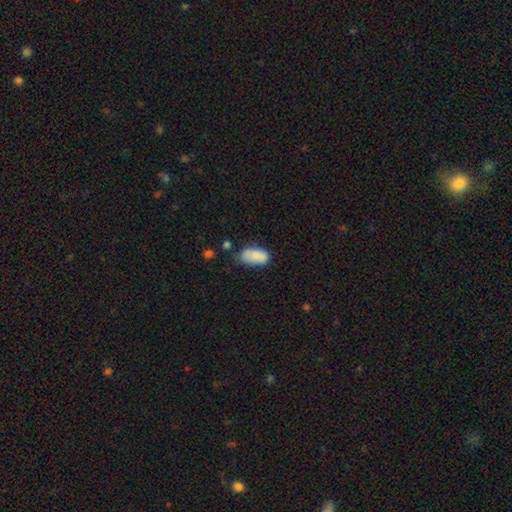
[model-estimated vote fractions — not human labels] Smooth or featured?
  - smooth: 83% *
  - featured or disk: 9%
  - star or artifact: 7%
How rounded?
  - in between: 93% *
  - round: 3%
  - cigar-shaped: 3%
Merging?
  - none: 58% *
  - minor disturbance: 30%
  - major disturbance: 7%
  - merger: 5%